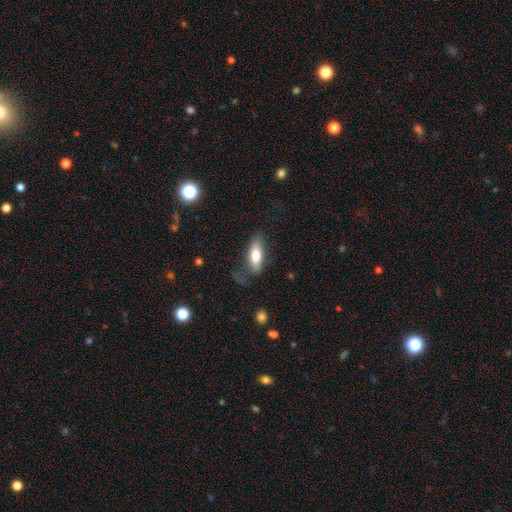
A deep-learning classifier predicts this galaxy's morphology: smooth 72%, featured or disk 22%, star or artifact 6%. Down the decision tree: how rounded — in between (66%); merging — none (58%).